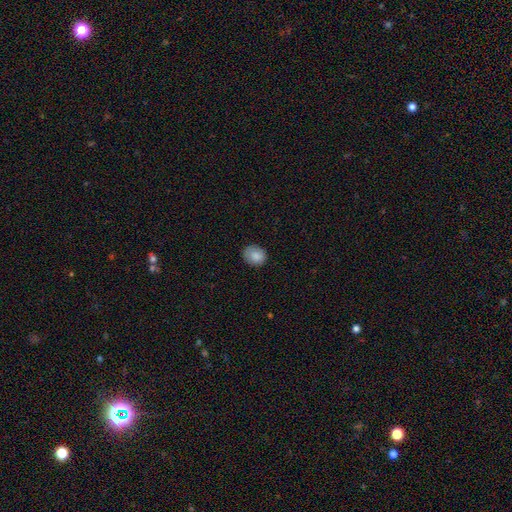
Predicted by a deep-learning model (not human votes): This is clearly a smooth galaxy (85%). How rounded: likely round (66%). Merging: likely none (78%).